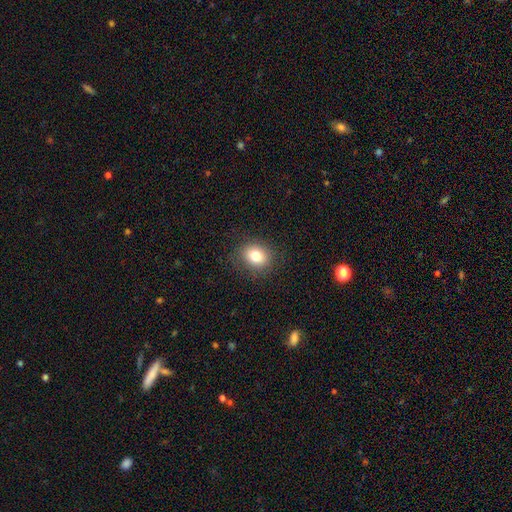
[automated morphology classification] smooth-or-featured: smooth: 81% | star or artifact: 11% | featured or disk: 9%
  how-rounded: round: 59% | in between: 40% | cigar-shaped: 1%
  merging: none: 86% | minor disturbance: 9% | major disturbance: 3% | merger: 1%